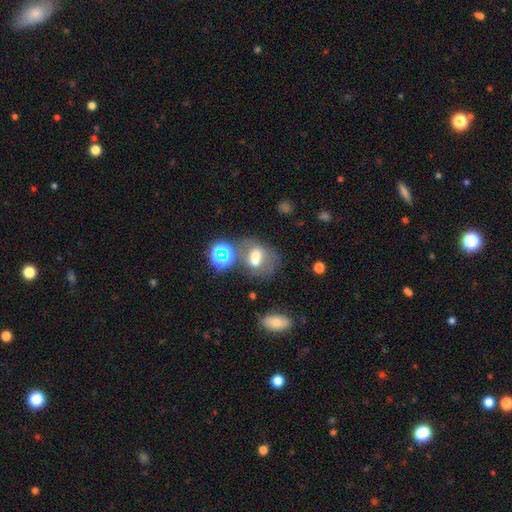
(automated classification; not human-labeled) Overall: smooth (52%; featured or disk 29%). How rounded: in between (62%; round 36%). Merging: none (36%; merger 35%).